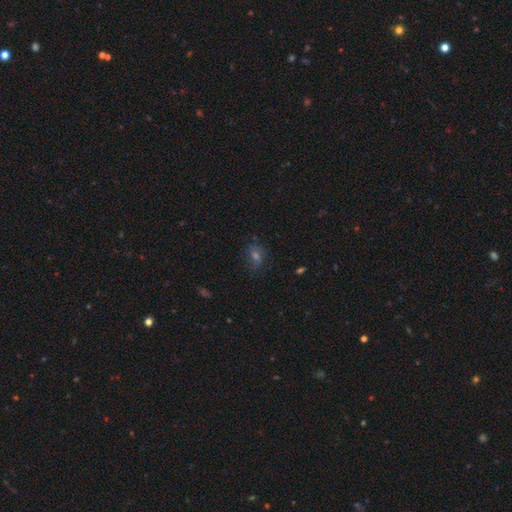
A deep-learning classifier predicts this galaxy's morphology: A smooth galaxy with no disk features (45%).

Vote fractions:
- Smooth or featured? smooth: 45% / star or artifact: 30% / featured or disk: 25%
- Merging? none: 72% / minor disturbance: 18% / major disturbance: 8% / merger: 2%